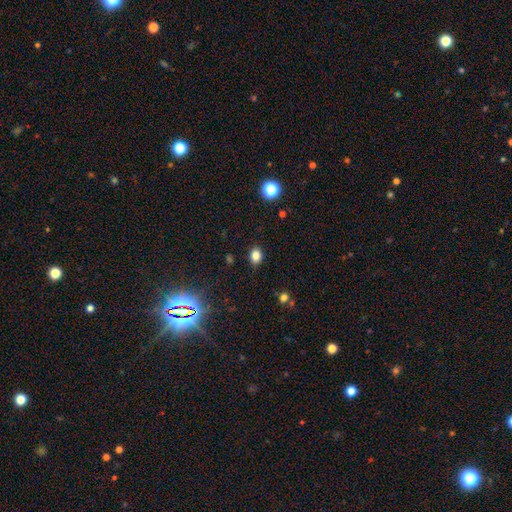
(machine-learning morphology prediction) Smooth or featured? Predicted: smooth (p=0.81). How rounded? Predicted: in between (p=0.60). Merging? Predicted: none (p=0.88).